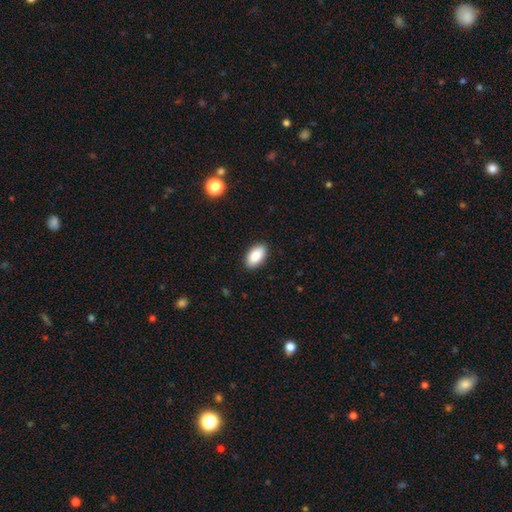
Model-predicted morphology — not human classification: Smooth or featured?
  - smooth: 88% *
  - star or artifact: 7%
  - featured or disk: 5%
How rounded?
  - in between: 95% *
  - round: 3%
  - cigar-shaped: 2%
Merging?
  - none: 89% *
  - minor disturbance: 8%
  - major disturbance: 2%
  - merger: 1%